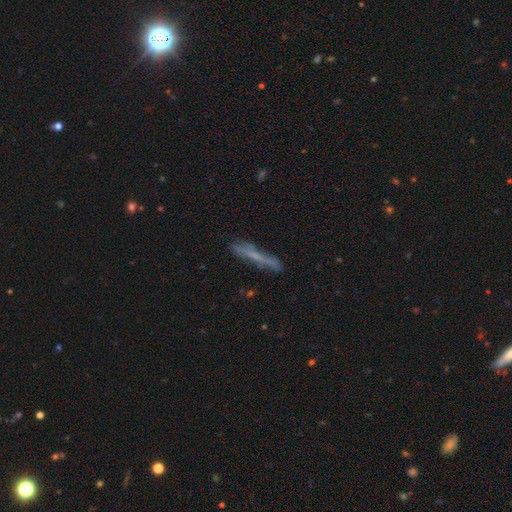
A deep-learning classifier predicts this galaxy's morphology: Q: Smooth or featured?
A: smooth (45%); tied with: featured or disk (45%)
Q: Merging?
A: none (77%); runner-up: minor disturbance (16%)